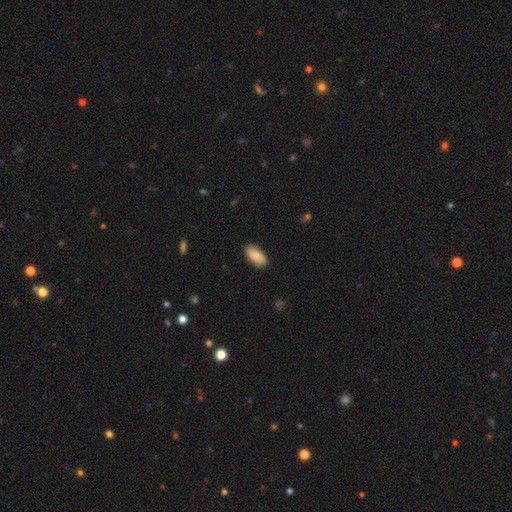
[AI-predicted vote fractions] Smooth or featured?
  - smooth: 87% *
  - featured or disk: 7%
  - star or artifact: 6%
How rounded?
  - in between: 93% *
  - cigar-shaped: 5%
  - round: 2%
Merging?
  - none: 87% *
  - minor disturbance: 10%
  - major disturbance: 2%
  - merger: 1%